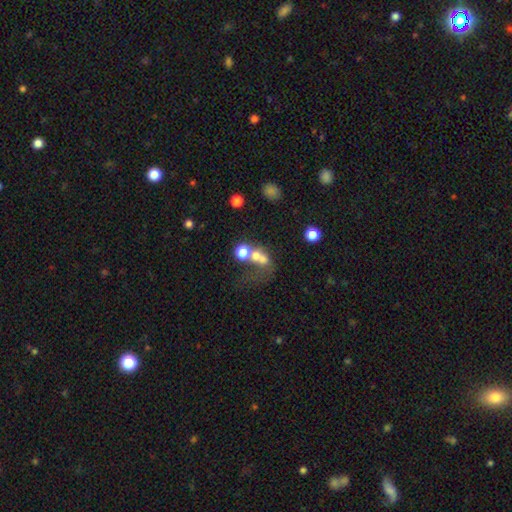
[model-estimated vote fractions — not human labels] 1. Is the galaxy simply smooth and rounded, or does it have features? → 60% smooth, 23% featured or disk, 17% star or artifact.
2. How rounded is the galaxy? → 65% round, 33% in between, 2% cigar-shaped.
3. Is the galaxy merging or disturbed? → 59% merger, 21% none, 13% major disturbance, 7% minor disturbance.